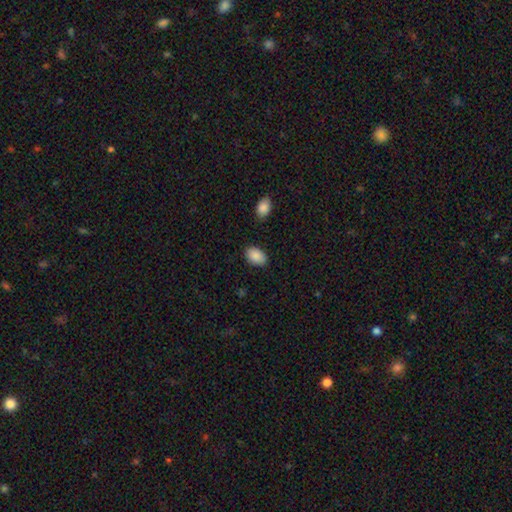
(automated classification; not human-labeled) Q: Smooth or featured?
A: smooth (89%); runner-up: star or artifact (7%)
Q: How rounded?
A: in between (89%); runner-up: round (10%)
Q: Merging?
A: none (85%); runner-up: minor disturbance (11%)